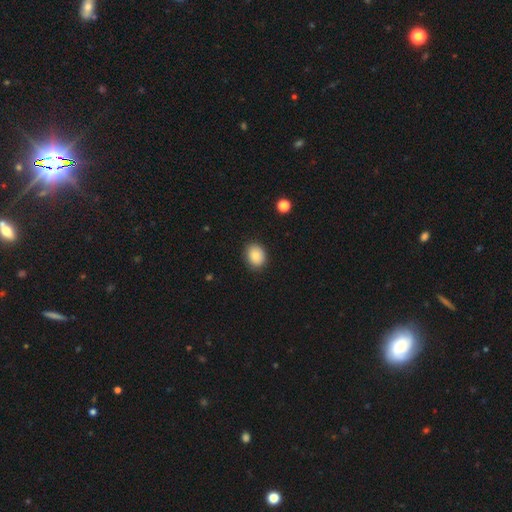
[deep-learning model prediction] Q: Smooth or featured?
A: smooth (85%); runner-up: star or artifact (8%)
Q: How rounded?
A: in between (51%); runner-up: round (48%)
Q: Merging?
A: none (87%); runner-up: minor disturbance (10%)